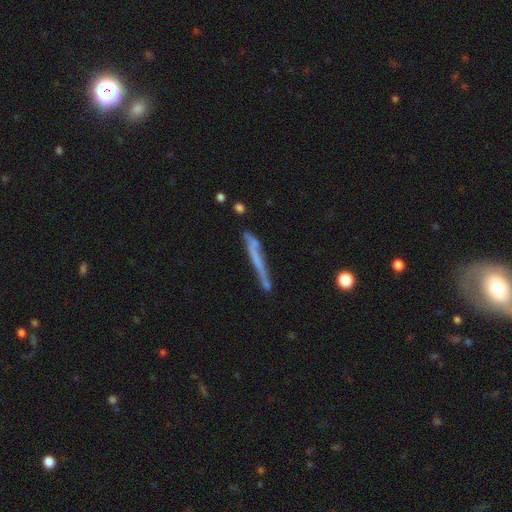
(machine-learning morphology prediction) featured or disk 48%, smooth 43%, star or artifact 9%. Down the decision tree: merging — none (64%).